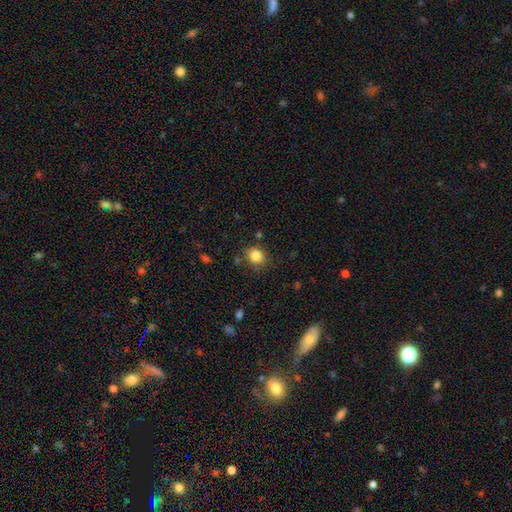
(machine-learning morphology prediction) Smooth or featured?
  - smooth: 83% *
  - star or artifact: 11%
  - featured or disk: 5%
How rounded?
  - round: 75% *
  - in between: 24%
  - cigar-shaped: 1%
Merging?
  - none: 82% *
  - minor disturbance: 11%
  - major disturbance: 4%
  - merger: 3%